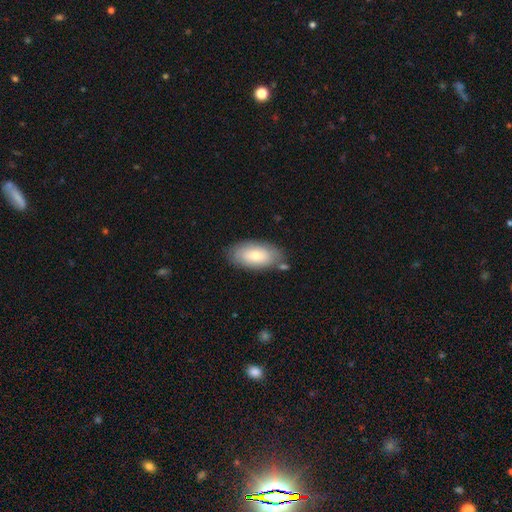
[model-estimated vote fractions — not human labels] A smooth galaxy with no disk features (74%) that is in between round and cigar-shaped (93%).

Vote fractions:
- Smooth or featured? smooth: 74% / featured or disk: 20% / star or artifact: 6%
- How rounded? in between: 93% / cigar-shaped: 4% / round: 3%
- Merging? none: 74% / minor disturbance: 16% / merger: 6% / major disturbance: 4%